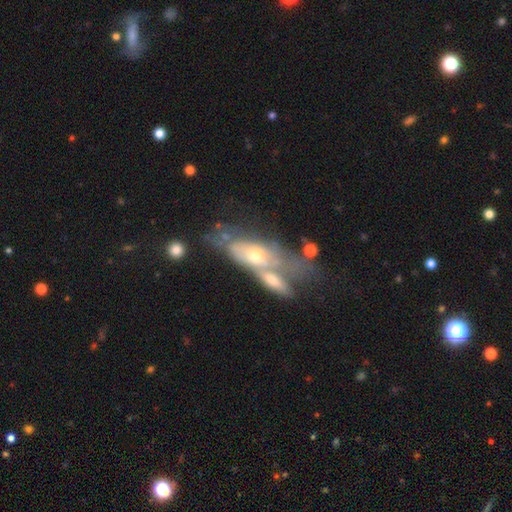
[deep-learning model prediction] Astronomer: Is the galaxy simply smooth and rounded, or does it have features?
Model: featured or disk — 54% (runner-up: smooth, 39%).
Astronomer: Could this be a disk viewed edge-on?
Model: no — 77%.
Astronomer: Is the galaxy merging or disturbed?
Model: merger — 52%.